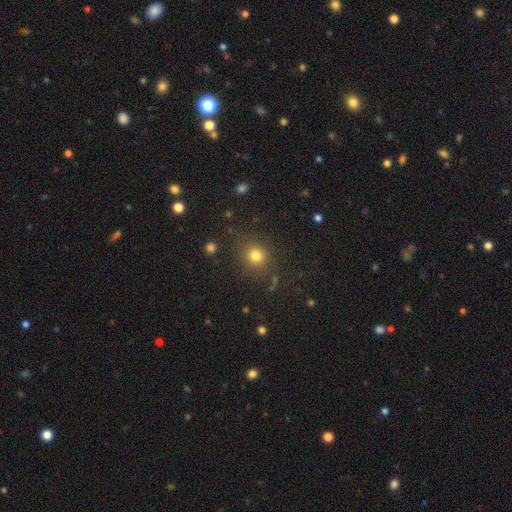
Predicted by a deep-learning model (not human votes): Q: Smooth or featured?
A: smooth (79%); runner-up: star or artifact (15%)
Q: How rounded?
A: round (89%); runner-up: in between (10%)
Q: Merging?
A: none (84%); runner-up: minor disturbance (9%)